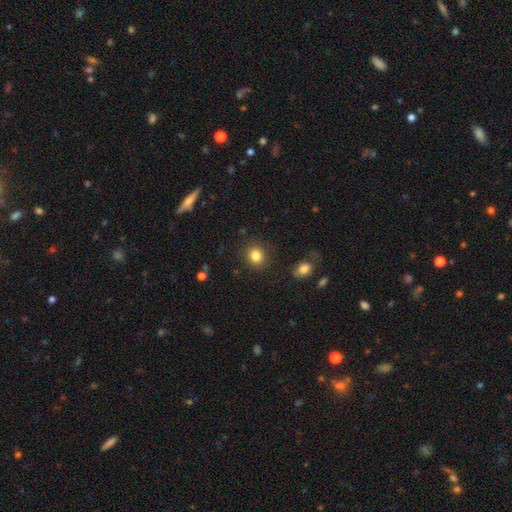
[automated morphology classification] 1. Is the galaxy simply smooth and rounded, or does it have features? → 84% smooth, 11% star or artifact, 6% featured or disk.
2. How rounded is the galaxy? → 78% round, 21% in between, 1% cigar-shaped.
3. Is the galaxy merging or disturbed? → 88% none, 8% minor disturbance, 3% major disturbance, 2% merger.